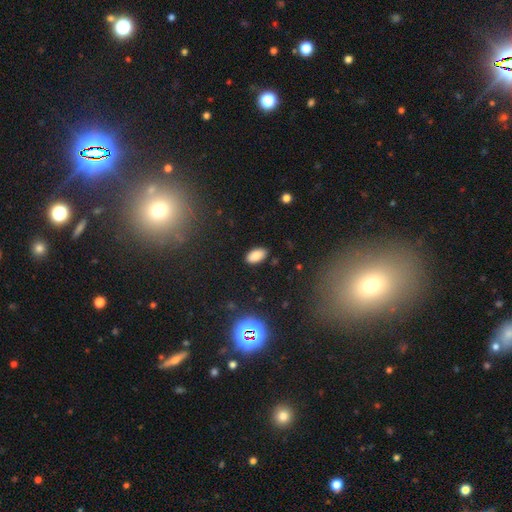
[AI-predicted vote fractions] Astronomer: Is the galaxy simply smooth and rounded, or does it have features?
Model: smooth — 80%.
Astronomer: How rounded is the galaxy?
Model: in between — 94%.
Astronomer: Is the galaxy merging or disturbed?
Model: none — 87%.